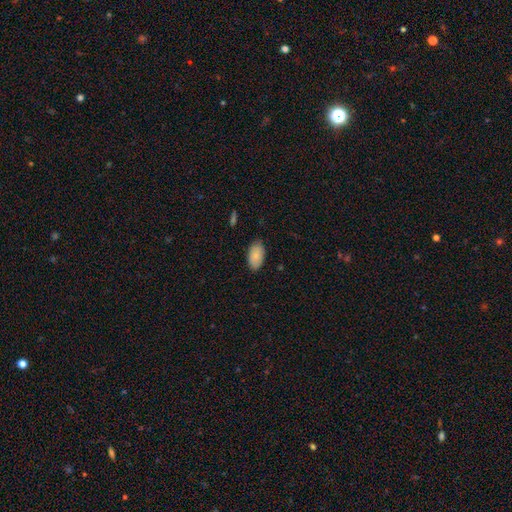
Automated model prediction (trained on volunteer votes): smooth_or_featured: smooth (p=0.86) [alt: featured or disk p=0.08]
how_rounded: in between (p=0.95) [alt: round p=0.03]
merging: none (p=0.85) [alt: minor disturbance p=0.12]